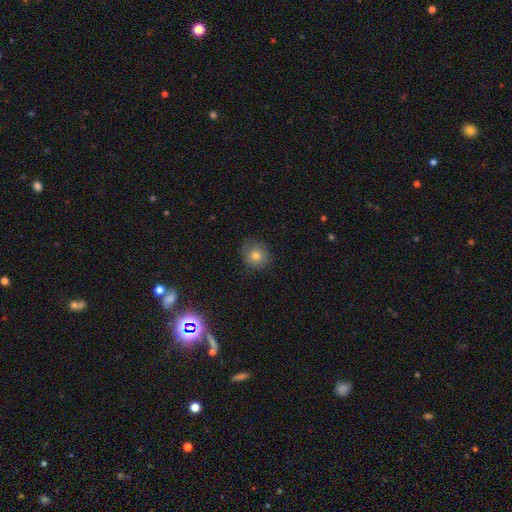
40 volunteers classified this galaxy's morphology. Smooth or featured?
  - smooth: 78% *
  - star or artifact: 12%
  - featured or disk: 10%
How rounded?
  - round: 97% *
  - in between: 3%
  - cigar-shaped: 0%
Merging?
  - none: 86% *
  - minor disturbance: 9%
  - merger: 6%
  - major disturbance: 0%